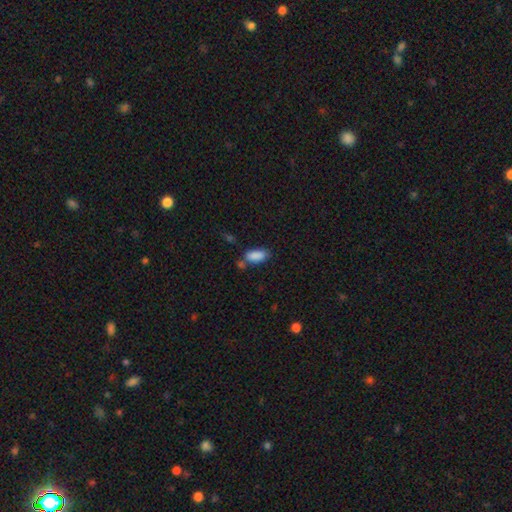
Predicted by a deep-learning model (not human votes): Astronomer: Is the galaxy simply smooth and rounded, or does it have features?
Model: smooth — 87%.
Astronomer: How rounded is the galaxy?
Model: in between — 86%.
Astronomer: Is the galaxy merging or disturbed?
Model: none — 60%.